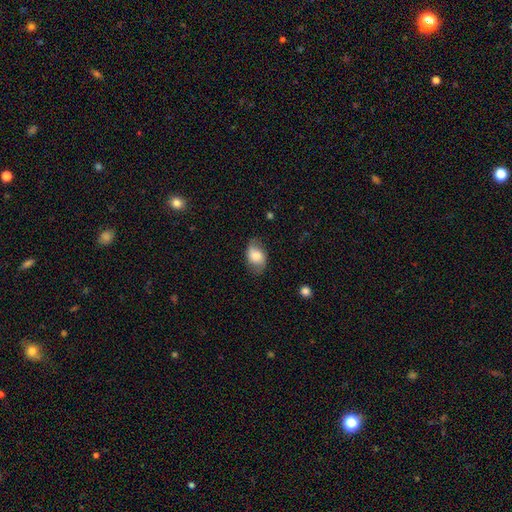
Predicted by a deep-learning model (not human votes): Smooth or featured?
  - smooth: 68% *
  - featured or disk: 24%
  - star or artifact: 8%
How rounded?
  - in between: 83% *
  - round: 15%
  - cigar-shaped: 1%
Merging?
  - none: 70% *
  - minor disturbance: 22%
  - major disturbance: 7%
  - merger: 1%